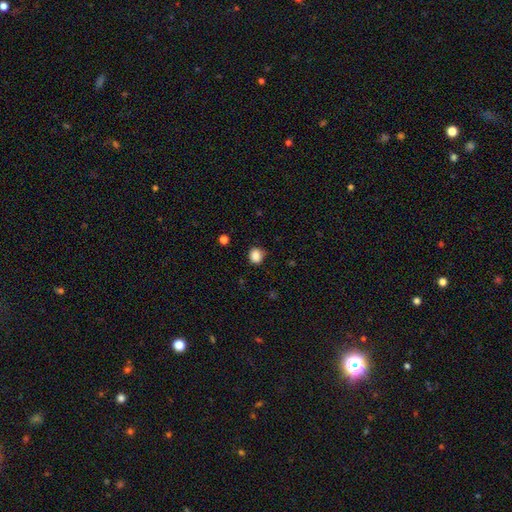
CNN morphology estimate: The model was most divided on "how rounded": round: 73%, in between: 26%, cigar-shaped: 1%. More confident: smooth or featured — smooth (87%); merging — none (79%).